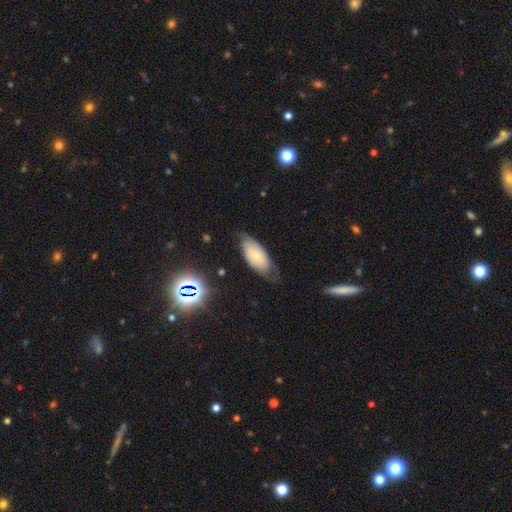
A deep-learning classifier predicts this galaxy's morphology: Overall: smooth (59%; featured or disk 32%). How rounded: in between (90%). Merging: none (62%; minor disturbance 28%).